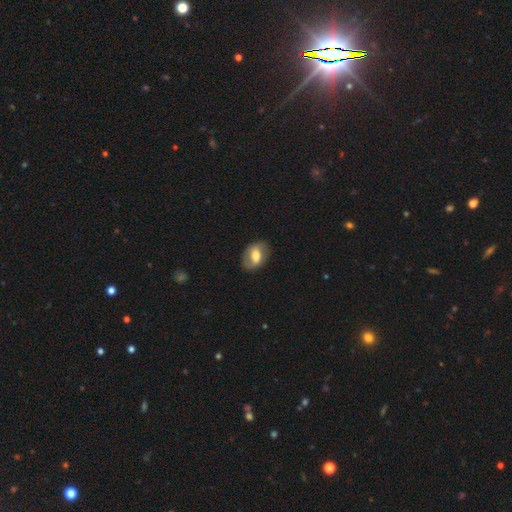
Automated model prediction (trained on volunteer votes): Smooth or featured: smooth — 50% (featured or disk — 43%)
Merging: none — 79% (minor disturbance — 15%)